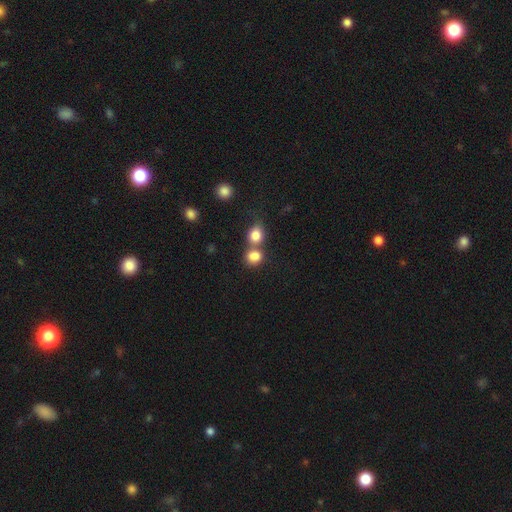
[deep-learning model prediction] A smooth galaxy with no disk features (82%) that is round (65%).

Vote fractions:
- Smooth or featured? smooth: 82% / star or artifact: 11% / featured or disk: 8%
- How rounded? round: 65% / in between: 34% / cigar-shaped: 1%
- Merging? merger: 51% / none: 38% / minor disturbance: 8% / major disturbance: 4%